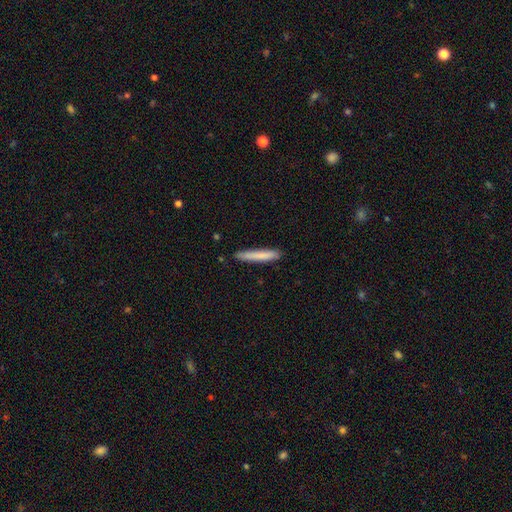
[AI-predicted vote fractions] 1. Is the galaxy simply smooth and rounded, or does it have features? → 78% smooth, 15% featured or disk, 6% star or artifact.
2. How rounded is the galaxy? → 95% cigar-shaped, 4% in between, 1% round.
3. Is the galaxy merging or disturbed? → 86% none, 11% minor disturbance, 2% major disturbance, 1% merger.